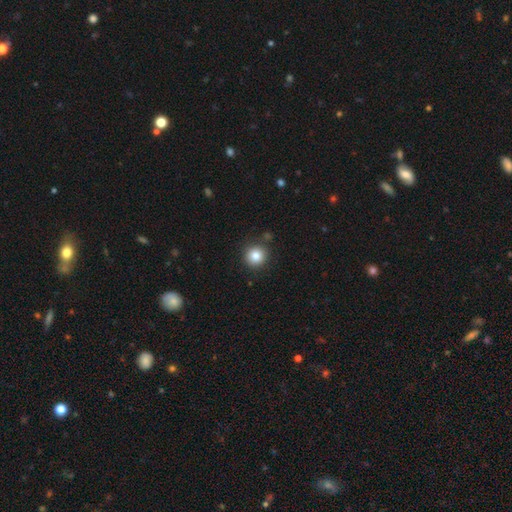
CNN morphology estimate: type=smooth (83%); roundness=round (93%); merging=none (87%).